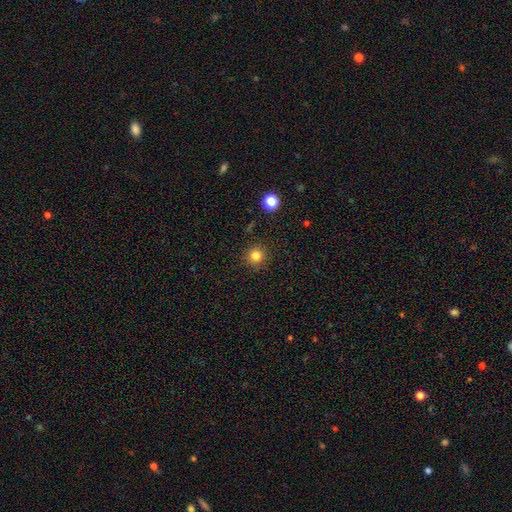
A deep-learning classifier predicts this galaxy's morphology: Overall: smooth (81%). How rounded: round (94%). Merging: none (91%).